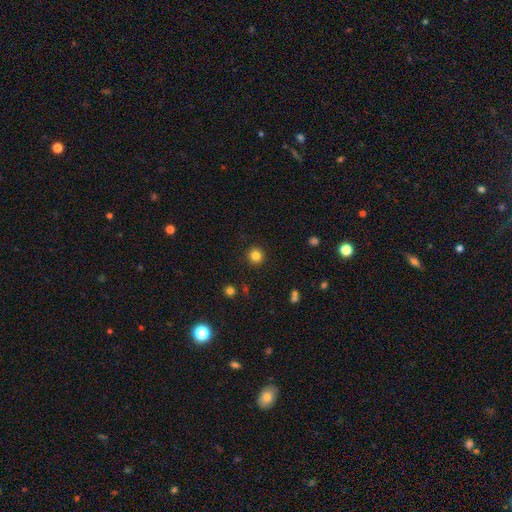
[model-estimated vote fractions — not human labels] A smooth galaxy with no disk features (83%) that is round (94%). Merging: none (92%).